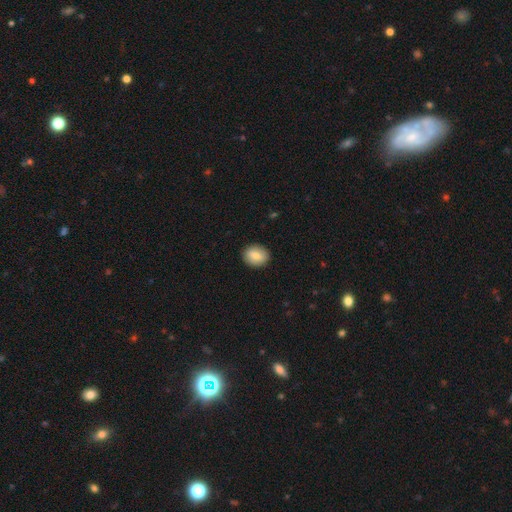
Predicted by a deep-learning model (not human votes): Q: Smooth or featured?
A: smooth (80%); runner-up: featured or disk (13%)
Q: How rounded?
A: round (57%); runner-up: in between (42%)
Q: Merging?
A: none (90%); runner-up: minor disturbance (7%)